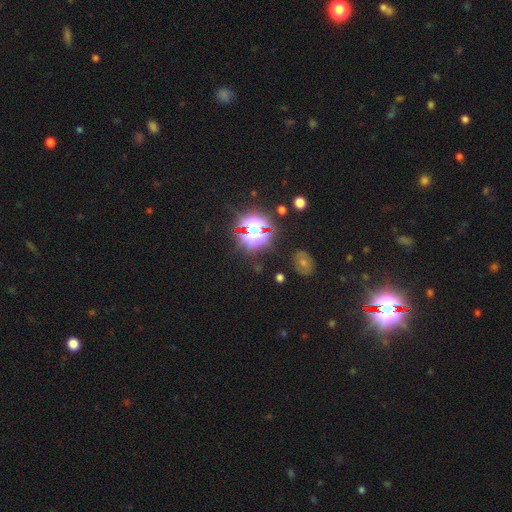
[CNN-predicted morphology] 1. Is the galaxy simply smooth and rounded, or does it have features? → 81% star or artifact, 13% smooth, 6% featured or disk.